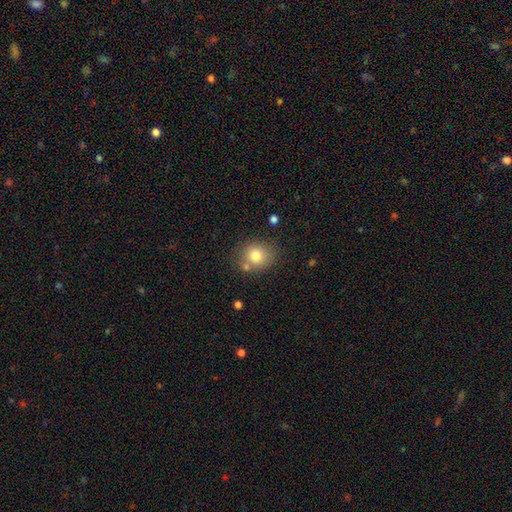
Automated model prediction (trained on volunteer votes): A smooth galaxy with no disk features (78%) that is round (76%).

Vote fractions:
- Smooth or featured? smooth: 78% / featured or disk: 11% / star or artifact: 11%
- How rounded? round: 76% / in between: 23% / cigar-shaped: 1%
- Merging? none: 72% / minor disturbance: 13% / merger: 11% / major disturbance: 4%